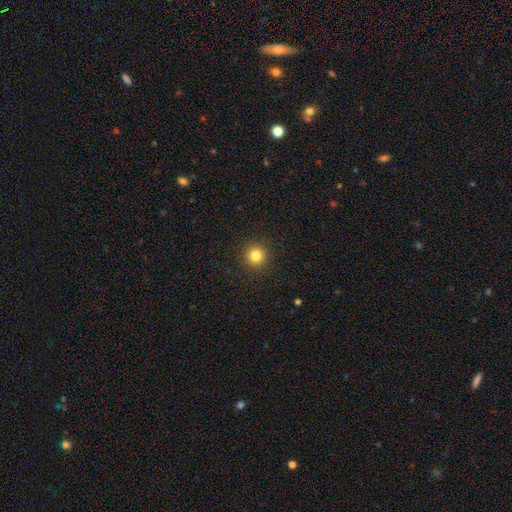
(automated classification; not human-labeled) A smooth galaxy with no disk features (81%) that is round (95%).

Vote fractions:
- Smooth or featured? smooth: 81% / star or artifact: 13% / featured or disk: 6%
- How rounded? round: 95% / in between: 4% / cigar-shaped: 1%
- Merging? none: 92% / minor disturbance: 5% / major disturbance: 2% / merger: 1%